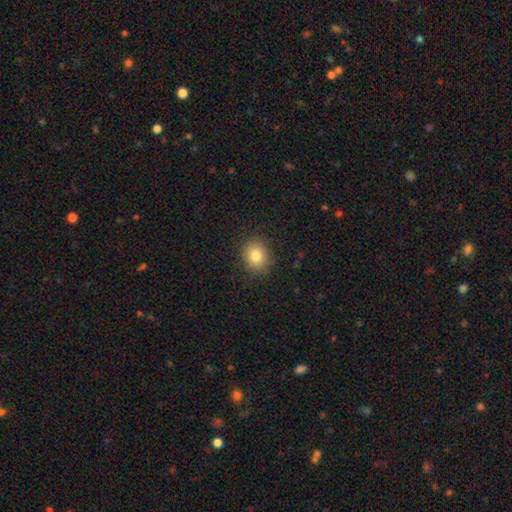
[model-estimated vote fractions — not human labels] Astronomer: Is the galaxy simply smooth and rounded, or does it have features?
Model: smooth — 82%.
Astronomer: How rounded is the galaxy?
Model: round — 68%.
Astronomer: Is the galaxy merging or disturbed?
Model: none — 88%.